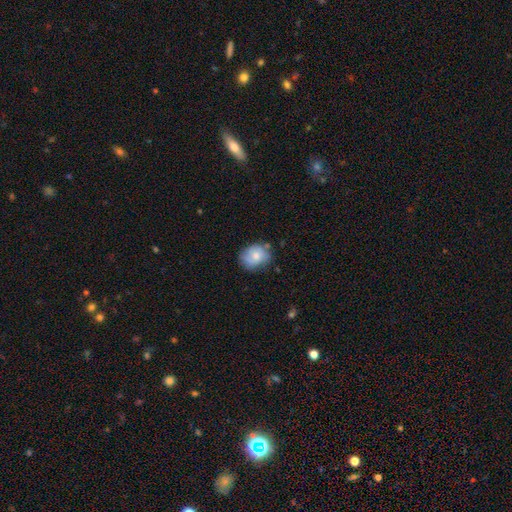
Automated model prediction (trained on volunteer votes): This appears to be a smooth galaxy with no disk features (65%) that is round (51%). Merging: none (61%).